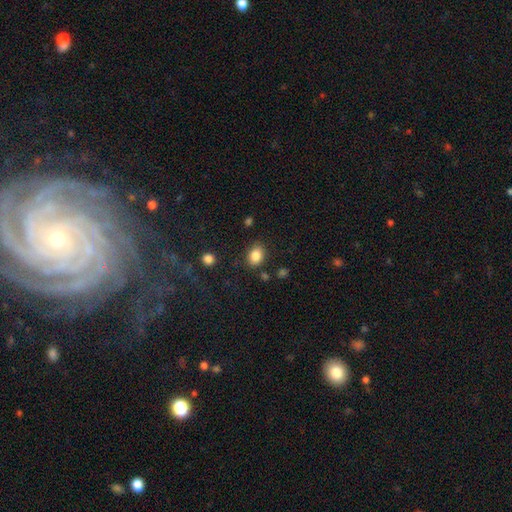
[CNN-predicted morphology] A smooth galaxy with no disk features (85%) that is in between round and cigar-shaped (70%).

Vote fractions:
- Smooth or featured? smooth: 85% / star or artifact: 9% / featured or disk: 6%
- How rounded? in between: 70% / round: 29% / cigar-shaped: 1%
- Merging? none: 81% / minor disturbance: 13% / major disturbance: 3% / merger: 3%